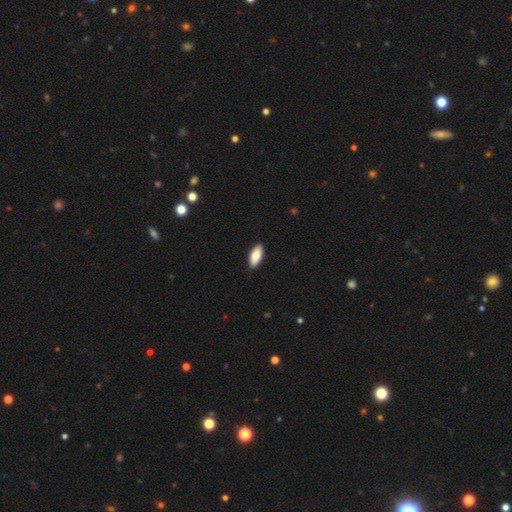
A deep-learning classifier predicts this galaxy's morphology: smooth_or_featured: smooth (p=0.84) [alt: featured or disk p=0.10]
how_rounded: in between (p=0.87) [alt: cigar-shaped p=0.11]
merging: none (p=0.90) [alt: minor disturbance p=0.08]